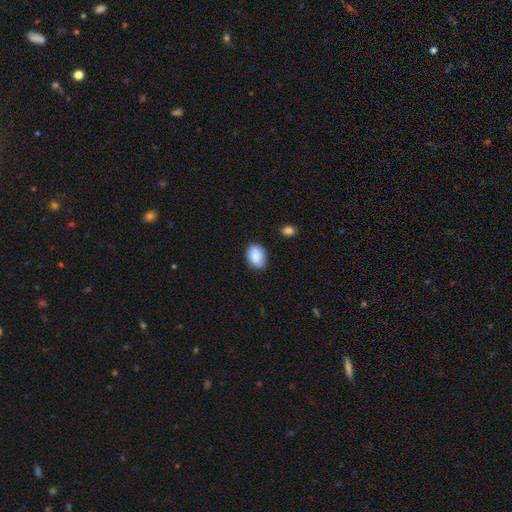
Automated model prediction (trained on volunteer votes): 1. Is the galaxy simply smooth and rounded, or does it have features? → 87% smooth, 7% star or artifact, 6% featured or disk.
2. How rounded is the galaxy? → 78% in between, 20% round, 1% cigar-shaped.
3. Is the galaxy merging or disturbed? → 75% none, 19% minor disturbance, 3% major disturbance, 2% merger.